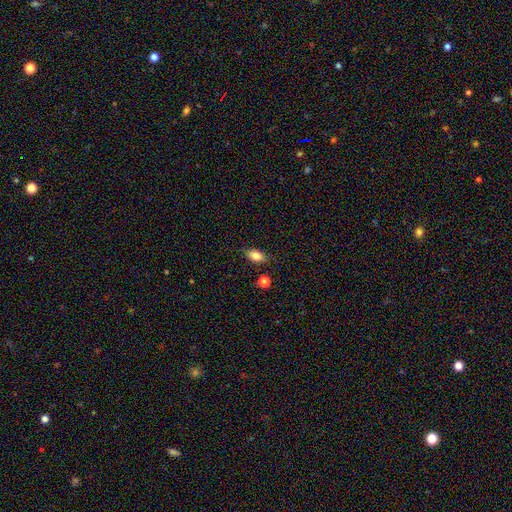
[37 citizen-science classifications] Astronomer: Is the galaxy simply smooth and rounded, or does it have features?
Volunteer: smooth — 86%.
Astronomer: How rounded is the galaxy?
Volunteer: in between — 94%.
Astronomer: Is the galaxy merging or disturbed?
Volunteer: none — 83%.